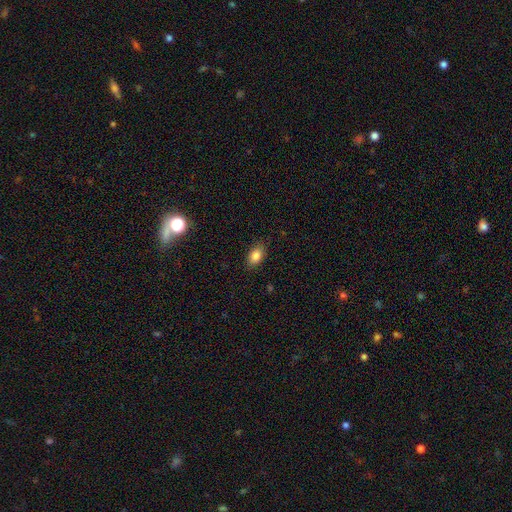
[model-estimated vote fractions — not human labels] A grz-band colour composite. It shows a smooth galaxy with no disk features (85%) that is in between round and cigar-shaped (86%). Merging: none (85%).